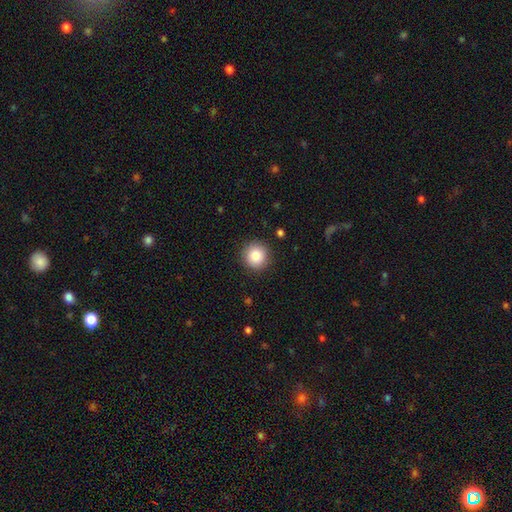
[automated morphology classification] type=smooth (85%); roundness=round (94%); merging=none (90%).